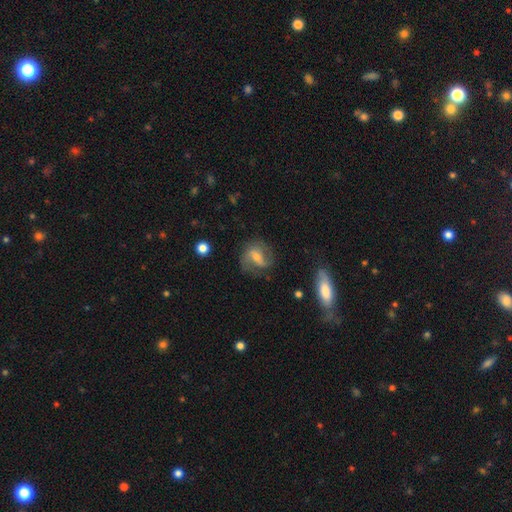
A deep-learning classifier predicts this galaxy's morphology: Overall: featured or disk (68%). Edge-on disk: no (95%). Bar: weak (44%; strong 31%). Spiral arms: yes (87%). Spiral arm count: 2 (74%). Spiral winding: medium (44%; loose 35%). Bulge size: small (48%; moderate 44%). Merging: none (65%).